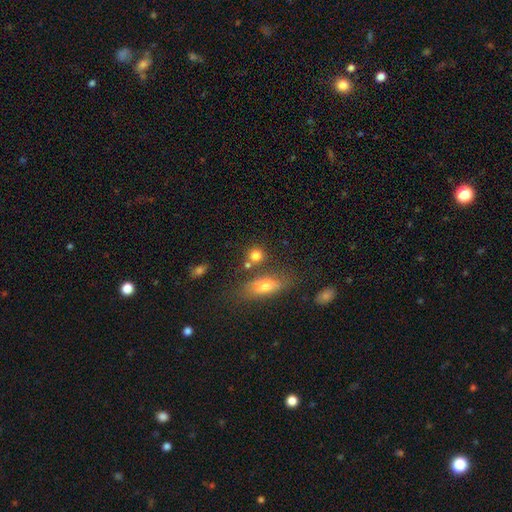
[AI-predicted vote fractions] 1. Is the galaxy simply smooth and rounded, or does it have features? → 79% smooth, 12% star or artifact, 9% featured or disk.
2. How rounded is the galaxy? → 76% round, 21% in between, 3% cigar-shaped.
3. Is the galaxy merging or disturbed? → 63% none, 21% merger, 11% minor disturbance, 5% major disturbance.